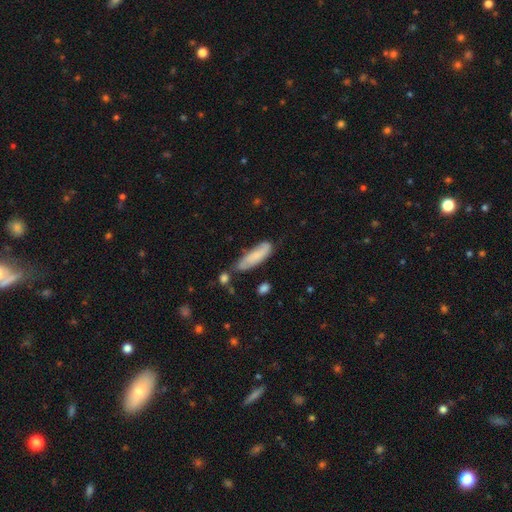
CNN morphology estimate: This is likely a smooth galaxy (74%). How rounded: possibly cigar-shaped (59%). Merging: possibly none (58%).